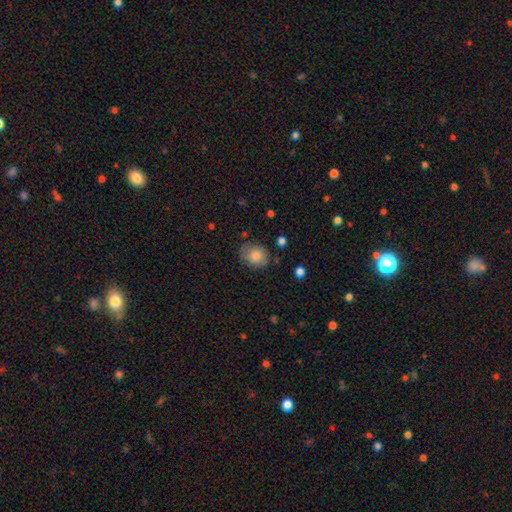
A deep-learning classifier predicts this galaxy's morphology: Smooth or featured: smooth — 80% (featured or disk — 11%)
How rounded: round — 52% (in between — 47%)
Merging: none — 73% (minor disturbance — 20%)